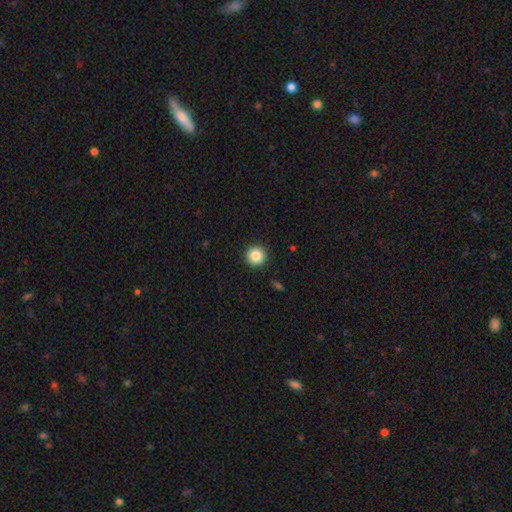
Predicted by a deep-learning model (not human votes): This is clearly a smooth galaxy (86%). How rounded: clearly round (96%). Merging: clearly none (93%).